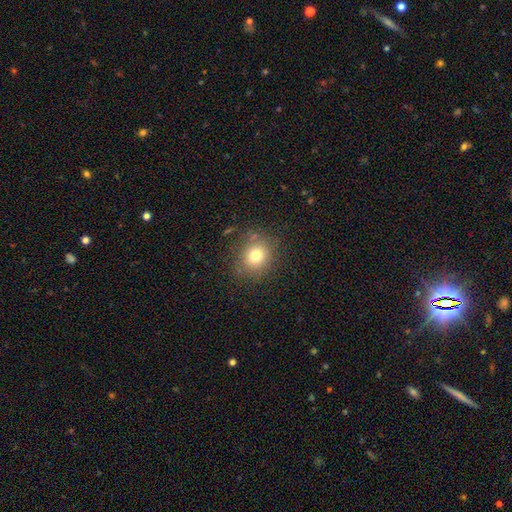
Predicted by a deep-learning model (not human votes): The model was most divided on "how rounded": round: 76%, in between: 23%, cigar-shaped: 1%. More confident: merging — none (80%); smooth or featured — smooth (76%).